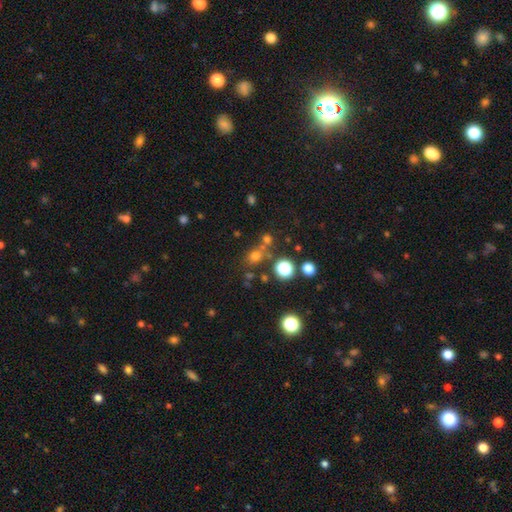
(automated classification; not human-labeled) smooth 61%, star or artifact 29%, featured or disk 9%. Down the decision tree: how rounded — round (70%); merging — none (63%).